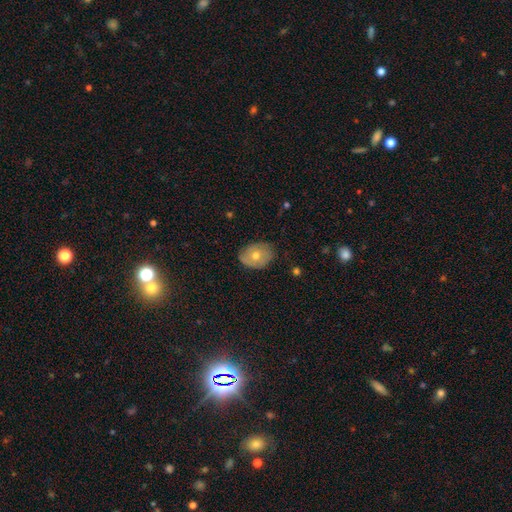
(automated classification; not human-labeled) The model was most divided on "smooth or featured": smooth: 54%, featured or disk: 35%, star or artifact: 11%. More confident: merging — none (79%); how rounded — in between (62%).